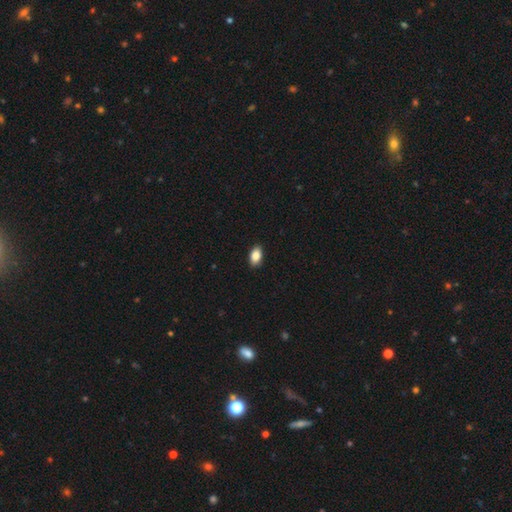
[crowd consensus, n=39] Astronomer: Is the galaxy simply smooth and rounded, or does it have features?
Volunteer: smooth — 82%.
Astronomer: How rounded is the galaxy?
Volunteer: in between — 81%.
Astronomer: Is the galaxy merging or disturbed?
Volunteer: none — 84%.